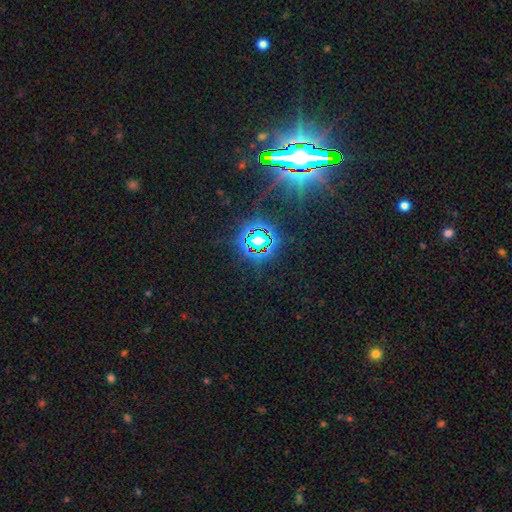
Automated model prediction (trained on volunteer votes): This is clearly a star or artifact rather than a galaxy (85%).